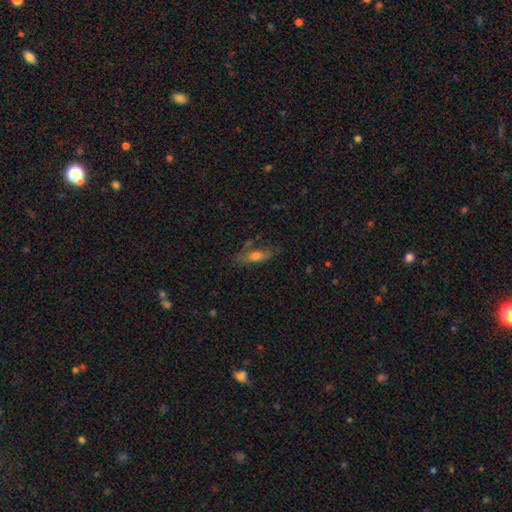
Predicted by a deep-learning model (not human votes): smooth-or-featured: smooth: 64% | featured or disk: 27% | star or artifact: 9%
  how-rounded: in between: 66% | cigar-shaped: 29% | round: 4%
  merging: none: 64% | minor disturbance: 23% | major disturbance: 8% | merger: 6%